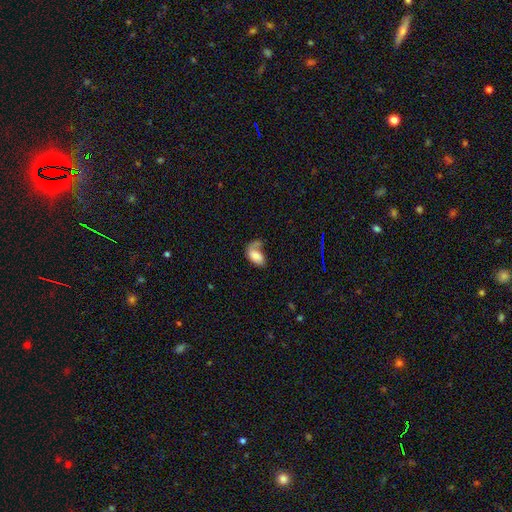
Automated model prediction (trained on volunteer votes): smooth 70%, featured or disk 22%, star or artifact 9%. Down the decision tree: how rounded — in between (92%); merging — major disturbance (31%).